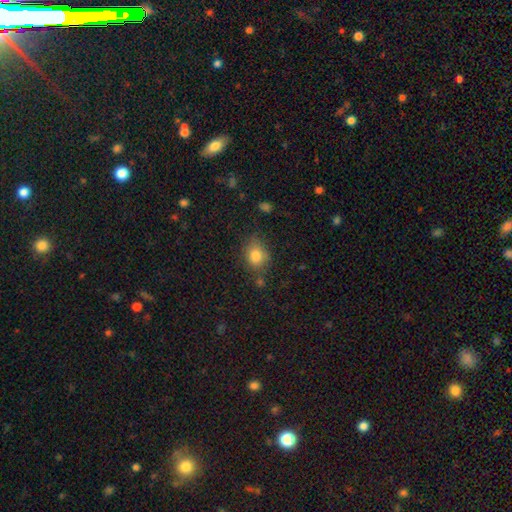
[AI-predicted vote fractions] Smooth or featured: smooth — 82% (star or artifact — 10%)
How rounded: round — 52% (in between — 47%)
Merging: none — 69% (minor disturbance — 20%)